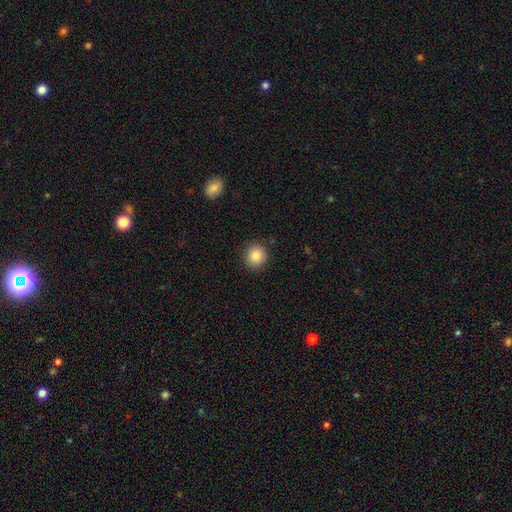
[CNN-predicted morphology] Smooth or featured? smooth (86%)
How rounded? round (88%)
Merging? none (90%)